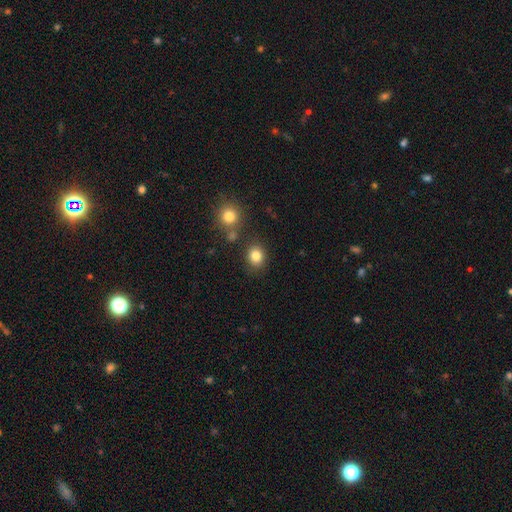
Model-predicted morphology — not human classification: Smooth or featured? Predicted: smooth (p=0.84). How rounded? Predicted: round (p=0.68). Merging? Predicted: none (p=0.81).